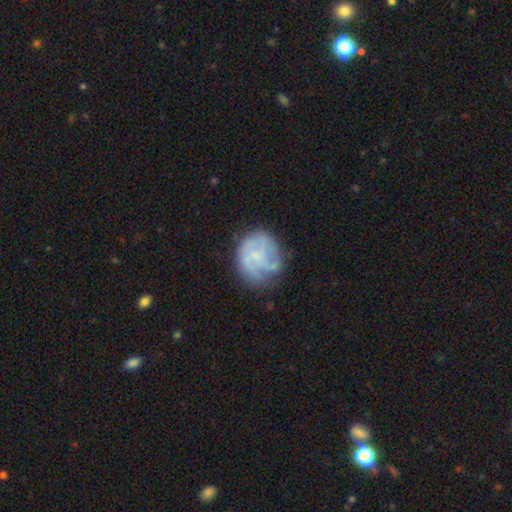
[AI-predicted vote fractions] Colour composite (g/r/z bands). It shows a featured or disk galaxy (59%) with no bar (73%), spiral arms (74%) and a small central bulge (57%). Merging: none (59%).